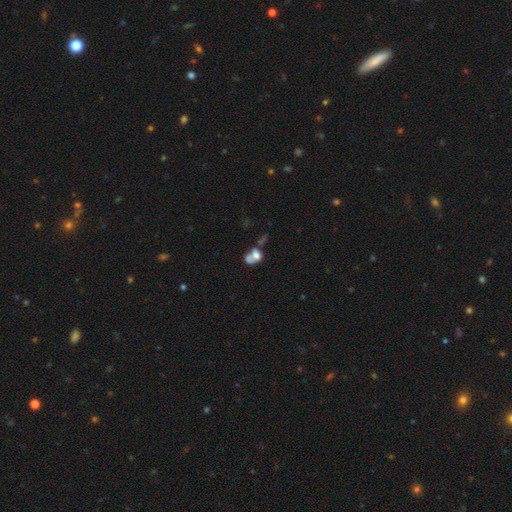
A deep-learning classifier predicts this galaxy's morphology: smooth 51%, featured or disk 36%, star or artifact 13%. Down the decision tree: how rounded — in between (65%); merging — merger (50%).